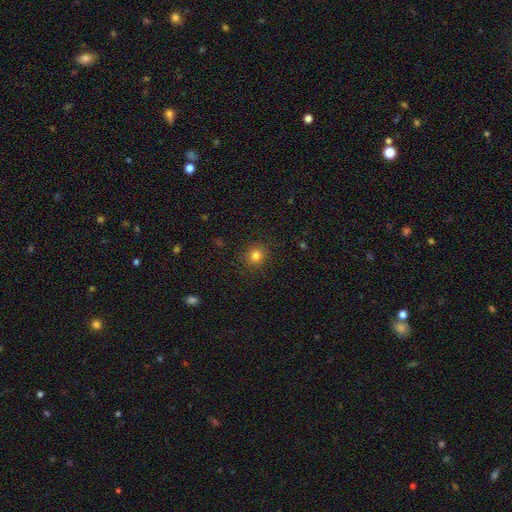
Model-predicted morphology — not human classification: This is clearly a smooth galaxy (81%). How rounded: clearly round (87%). Merging: clearly none (89%).